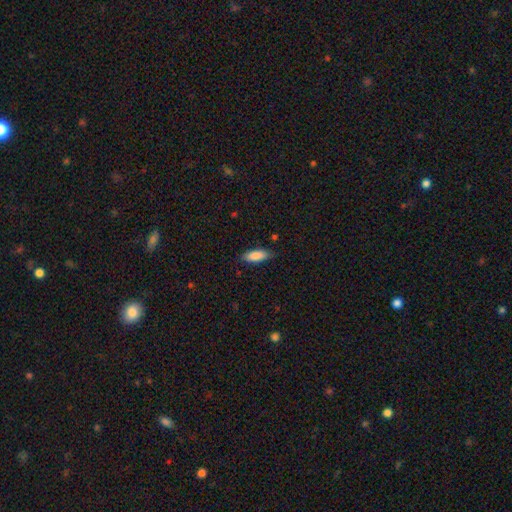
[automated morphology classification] type=smooth (85%); roundness=in between (70%); merging=none (81%).